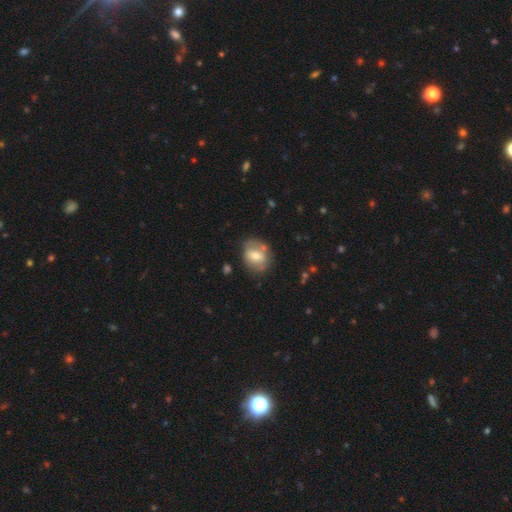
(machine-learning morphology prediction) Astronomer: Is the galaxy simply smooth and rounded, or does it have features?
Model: smooth — 55% (runner-up: featured or disk, 37%).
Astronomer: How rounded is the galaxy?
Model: round — 50% (runner-up: in between, 48%).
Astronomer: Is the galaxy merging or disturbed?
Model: none — 65%.